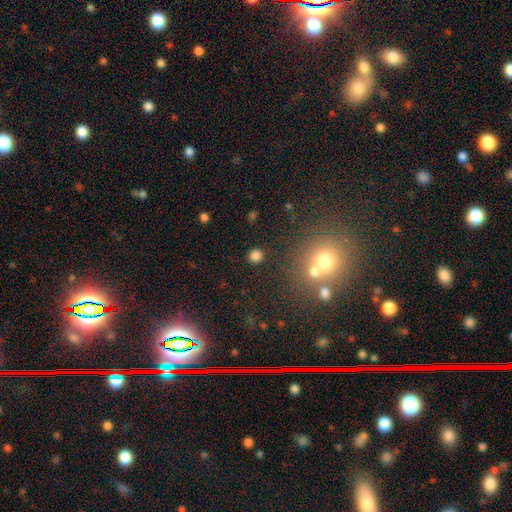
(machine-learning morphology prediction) A smooth galaxy with no disk features (80%) that is round (91%).

Vote fractions:
- Smooth or featured? smooth: 80% / star or artifact: 15% / featured or disk: 5%
- How rounded? round: 91% / in between: 8% / cigar-shaped: 1%
- Merging? none: 88% / minor disturbance: 6% / merger: 3% / major disturbance: 3%